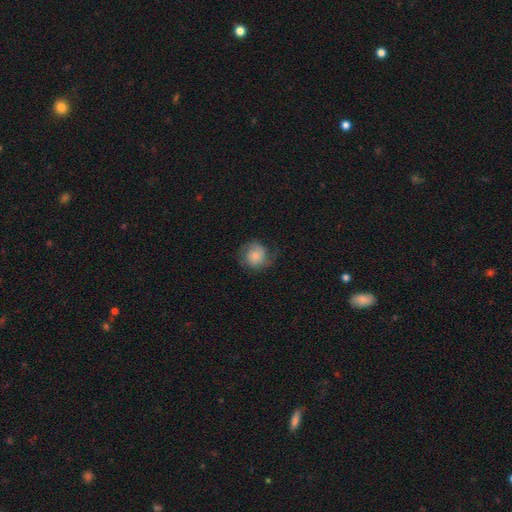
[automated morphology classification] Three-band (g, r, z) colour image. It shows a smooth galaxy with no disk features (52%) that is round (84%). Merging: none (62%).